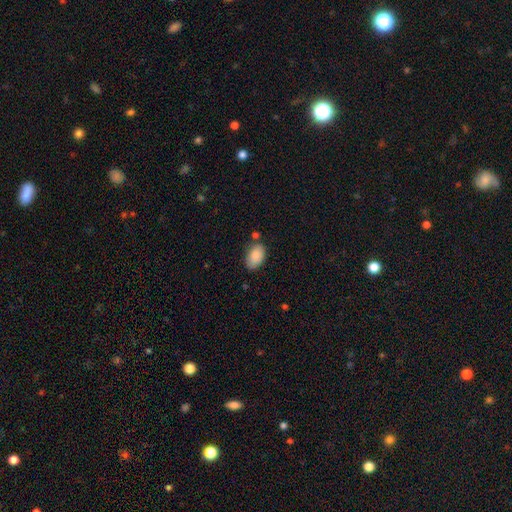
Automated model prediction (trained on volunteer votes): Morphology: type=smooth (86%); roundness=in between (91%); merging=none (71%).